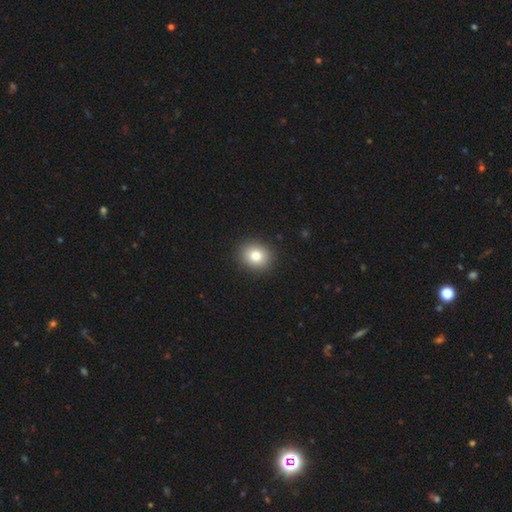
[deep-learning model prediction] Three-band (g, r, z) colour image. It shows a smooth galaxy with no disk features (79%) that is round (74%). Merging: none (91%).